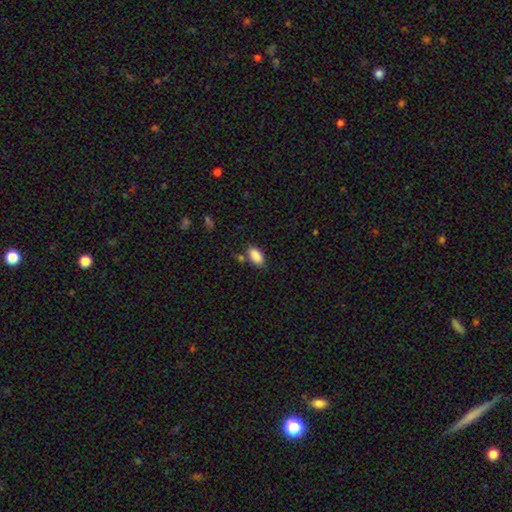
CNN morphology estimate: Q: Smooth or featured?
A: smooth (88%); runner-up: star or artifact (8%)
Q: How rounded?
A: in between (92%); runner-up: cigar-shaped (4%)
Q: Merging?
A: none (74%); runner-up: minor disturbance (15%)